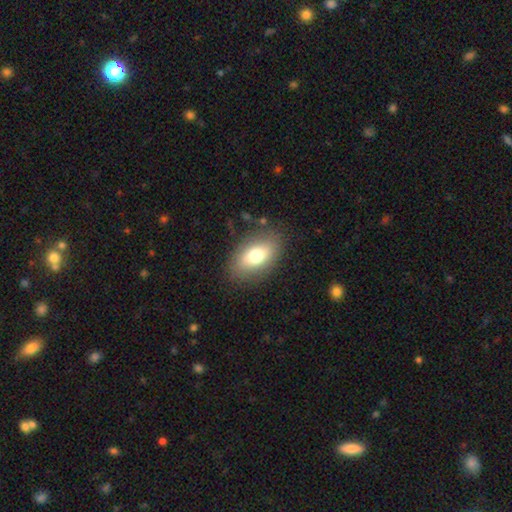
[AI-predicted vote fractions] Smooth or featured: smooth — 72% (featured or disk — 19%)
How rounded: in between — 88% (round — 10%)
Merging: none — 83% (minor disturbance — 11%)